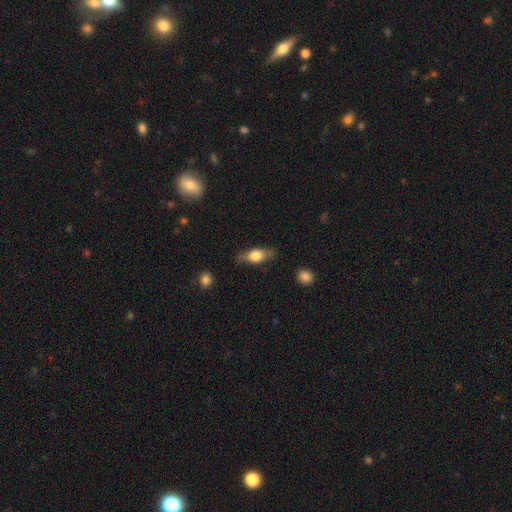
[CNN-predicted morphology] Smooth or featured? smooth (58%)
How rounded? in between (71%)
Merging? none (76%)